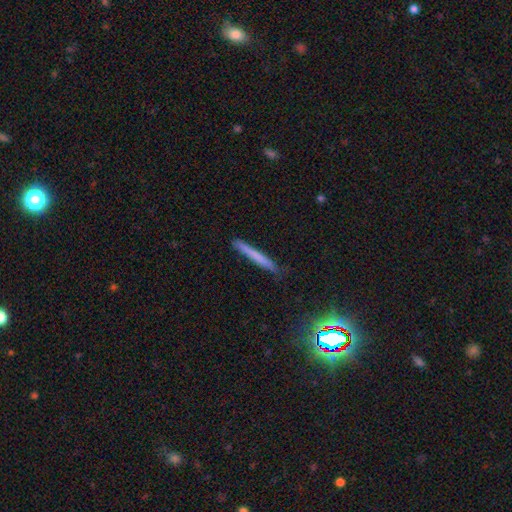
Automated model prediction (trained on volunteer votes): Smooth or featured? smooth (65%)
How rounded? cigar-shaped (97%)
Merging? none (87%)